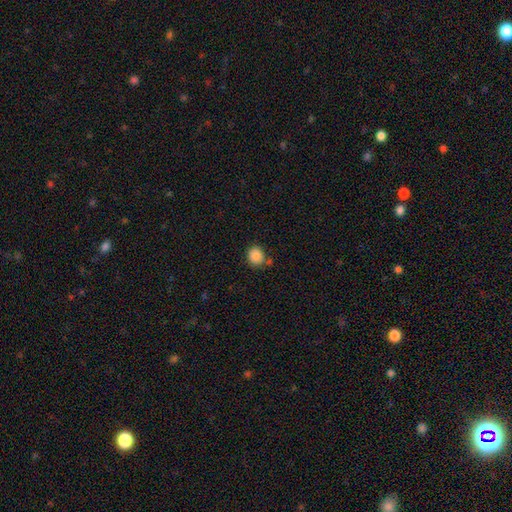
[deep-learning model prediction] A smooth galaxy with no disk features (88%) that is round (72%). Merging: none (75%).